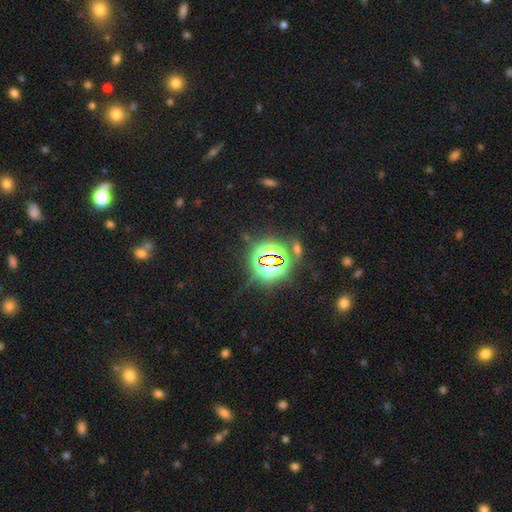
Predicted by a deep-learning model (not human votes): smooth-or-featured: star or artifact: 82% | smooth: 12% | featured or disk: 6%